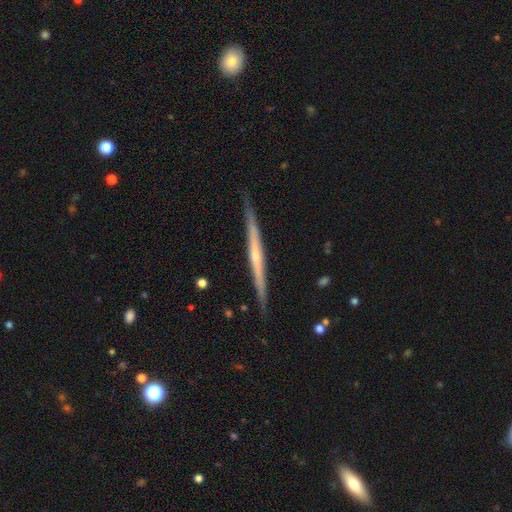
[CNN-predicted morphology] Q: Smooth or featured?
A: featured or disk (72%); runner-up: smooth (23%)
Q: Edge-on disk?
A: yes (98%); runner-up: no (2%)
Q: Edge-on bulge?
A: none (54%); runner-up: rounded (40%)
Q: Merging?
A: none (87%); runner-up: minor disturbance (10%)